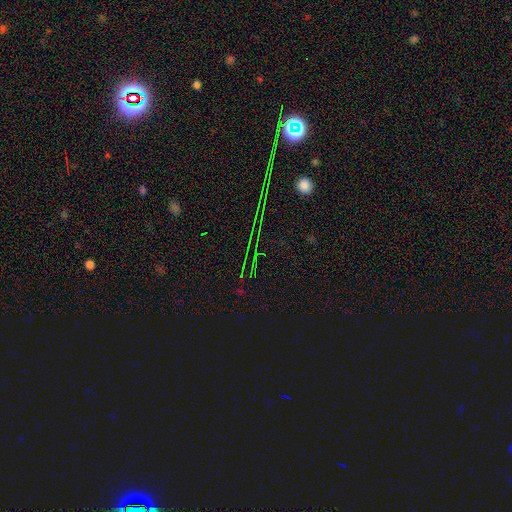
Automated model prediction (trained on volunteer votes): Q: Smooth or featured?
A: star or artifact (82%); runner-up: smooth (11%)